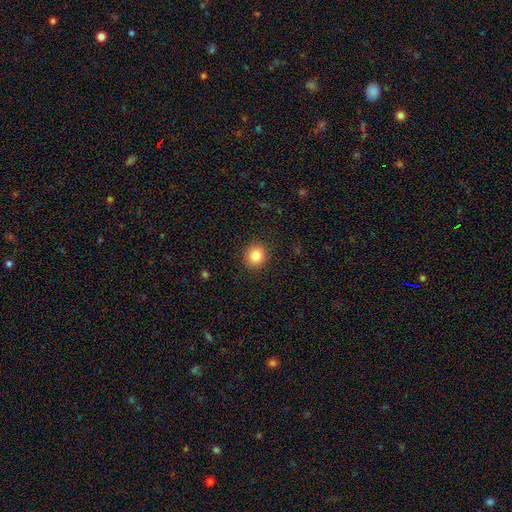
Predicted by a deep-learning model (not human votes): A smooth galaxy with no disk features (84%) that is round (86%).

Vote fractions:
- Smooth or featured? smooth: 84% / star or artifact: 10% / featured or disk: 6%
- How rounded? round: 86% / in between: 13% / cigar-shaped: 1%
- Merging? none: 91% / minor disturbance: 6% / major disturbance: 2% / merger: 1%